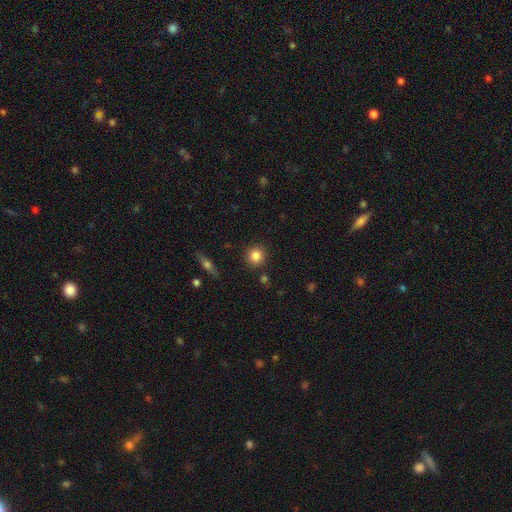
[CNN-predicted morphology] Smooth or featured?
  - smooth: 83% *
  - star or artifact: 10%
  - featured or disk: 7%
How rounded?
  - round: 92% *
  - in between: 7%
  - cigar-shaped: 1%
Merging?
  - none: 88% *
  - minor disturbance: 7%
  - merger: 3%
  - major disturbance: 2%